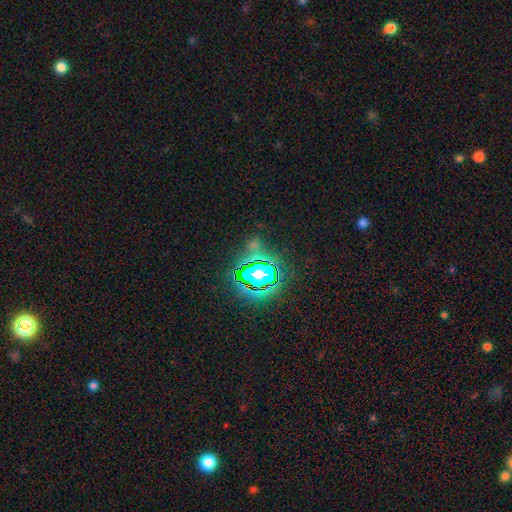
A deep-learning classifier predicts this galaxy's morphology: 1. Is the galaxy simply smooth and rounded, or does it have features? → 81% star or artifact, 12% smooth, 7% featured or disk.